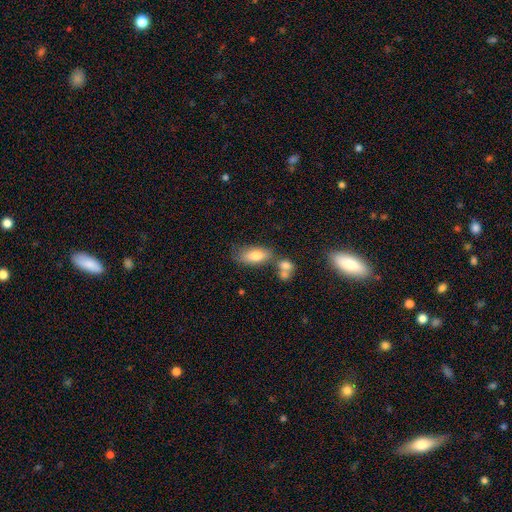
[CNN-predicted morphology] smooth_or_featured: smooth (p=0.78) [alt: featured or disk p=0.15]
how_rounded: in between (p=0.86) [alt: cigar-shaped p=0.10]
merging: none (p=0.55) [alt: merger p=0.22]